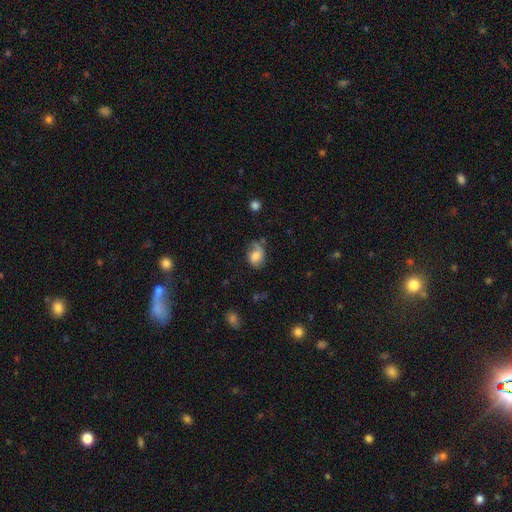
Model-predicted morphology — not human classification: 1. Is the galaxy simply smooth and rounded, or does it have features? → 60% smooth, 30% featured or disk, 9% star or artifact.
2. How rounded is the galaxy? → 68% in between, 31% round, 1% cigar-shaped.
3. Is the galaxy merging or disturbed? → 55% none, 30% minor disturbance, 12% major disturbance, 3% merger.